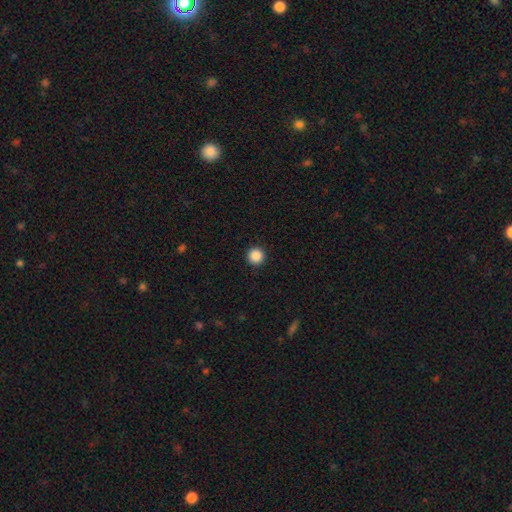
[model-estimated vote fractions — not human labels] Smooth or featured?
  - smooth: 88% *
  - star or artifact: 10%
  - featured or disk: 2%
How rounded?
  - round: 96% *
  - in between: 3%
  - cigar-shaped: 1%
Merging?
  - none: 93% *
  - minor disturbance: 4%
  - major disturbance: 2%
  - merger: 1%